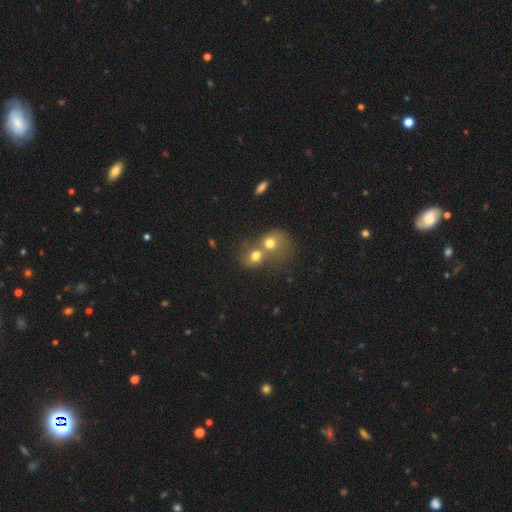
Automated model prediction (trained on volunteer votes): smooth 70%, featured or disk 18%, star or artifact 12%. Down the decision tree: how rounded — round (65%); merging — merger (72%).